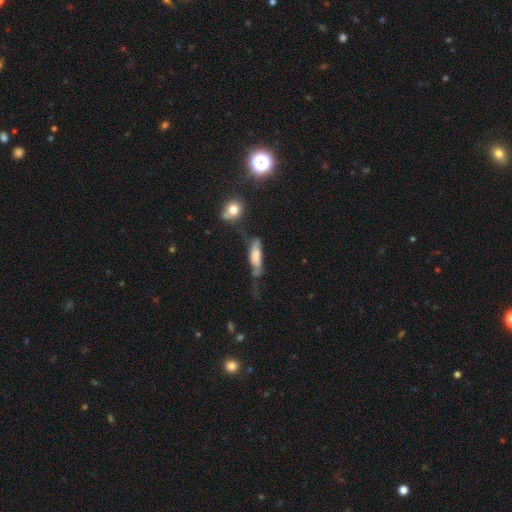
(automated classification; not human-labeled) Smooth or featured?
  - smooth: 59% *
  - featured or disk: 33%
  - star or artifact: 9%
How rounded?
  - in between: 53% *
  - cigar-shaped: 44%
  - round: 3%
Merging?
  - major disturbance: 33% *
  - none: 26%
  - minor disturbance: 26%
  - merger: 15%